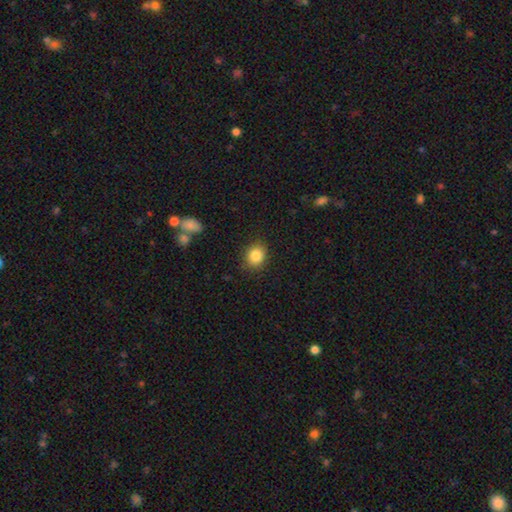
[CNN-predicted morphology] Smooth or featured? Predicted: smooth (p=0.85). How rounded? Predicted: round (p=0.69). Merging? Predicted: none (p=0.86).